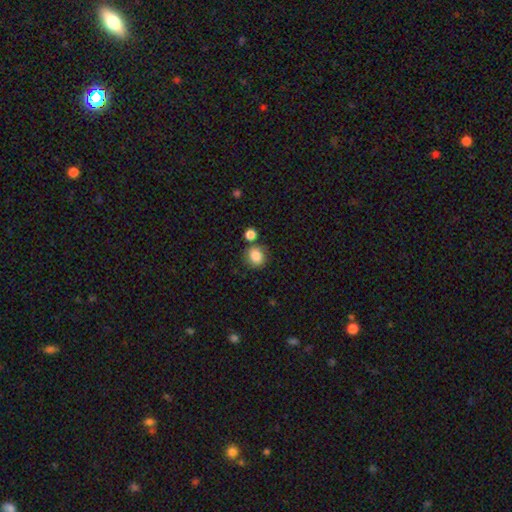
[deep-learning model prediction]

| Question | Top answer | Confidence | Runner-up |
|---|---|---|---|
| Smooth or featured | smooth | 84% | star or artifact (10%) |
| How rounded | round | 79% | in between (20%) |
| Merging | none | 69% | merger (14%) |